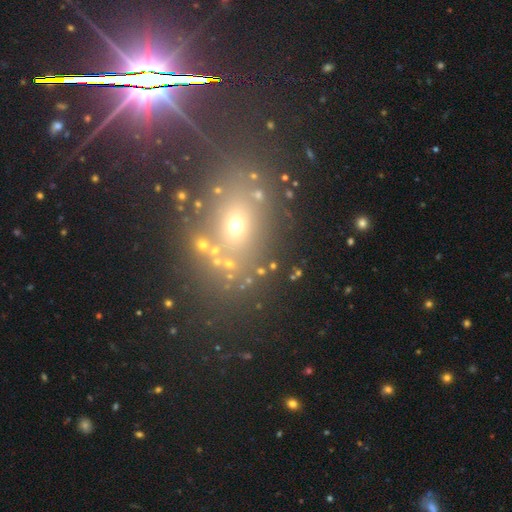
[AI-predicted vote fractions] smooth 45%, star or artifact 35%, featured or disk 19%. Down the decision tree: merging — none (68%).